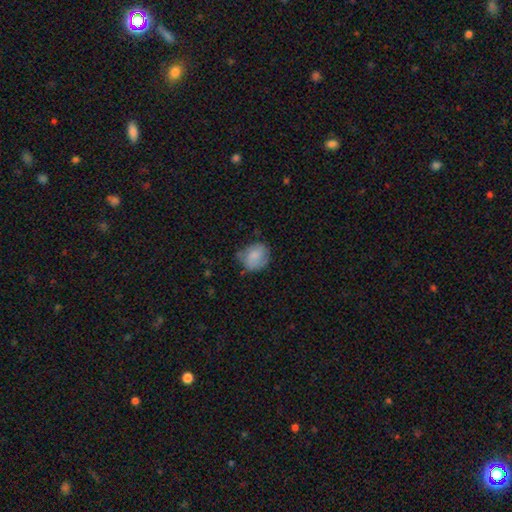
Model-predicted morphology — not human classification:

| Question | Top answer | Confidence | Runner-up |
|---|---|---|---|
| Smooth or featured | smooth | 73% | featured or disk (20%) |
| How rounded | round | 61% | in between (38%) |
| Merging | none | 57% | minor disturbance (31%) |